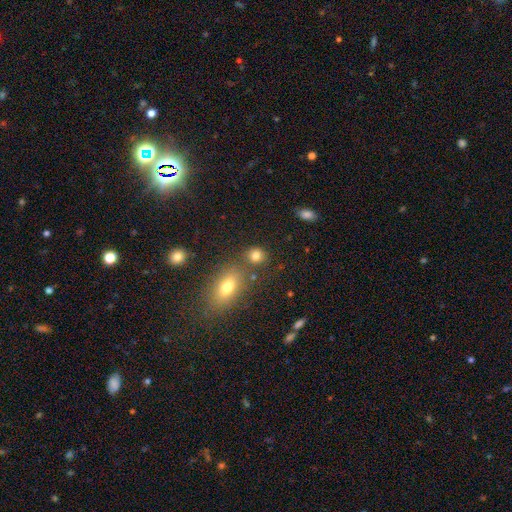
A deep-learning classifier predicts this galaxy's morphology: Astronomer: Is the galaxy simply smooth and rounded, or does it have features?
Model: smooth — 80%.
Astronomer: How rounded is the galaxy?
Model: round — 73%.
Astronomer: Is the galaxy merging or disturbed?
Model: none — 74%.